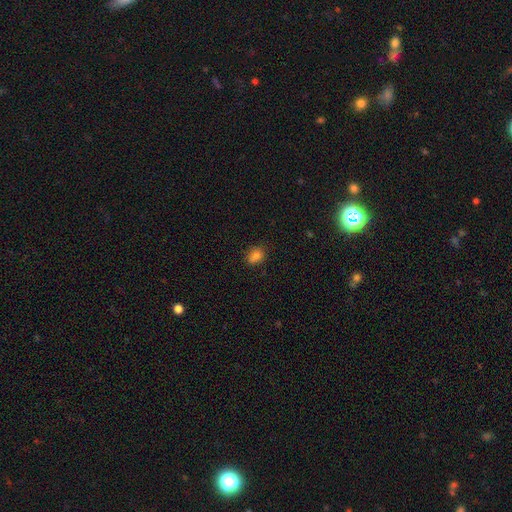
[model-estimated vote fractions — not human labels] smooth_or_featured: smooth (p=0.80) [alt: star or artifact p=0.13]
how_rounded: round (p=0.52) [alt: in between p=0.47]
merging: none (p=0.69) [alt: minor disturbance p=0.19]